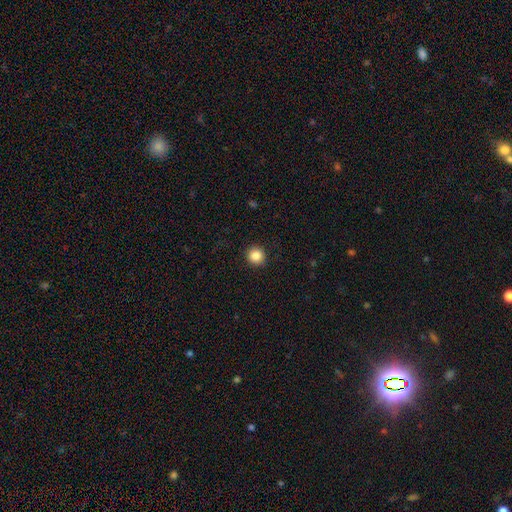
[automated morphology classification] The model was most divided on "smooth or featured": smooth: 85%, star or artifact: 10%, featured or disk: 5%. More confident: how rounded — round (93%); merging — none (92%).